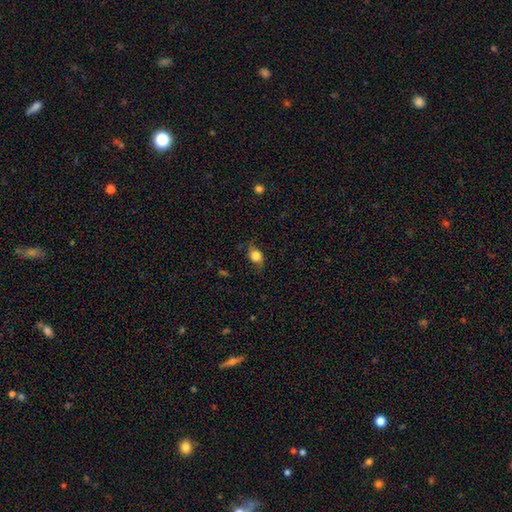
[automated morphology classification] Overall: smooth (64%; featured or disk 26%). How rounded: in between (64%; round 32%). Merging: none (70%).